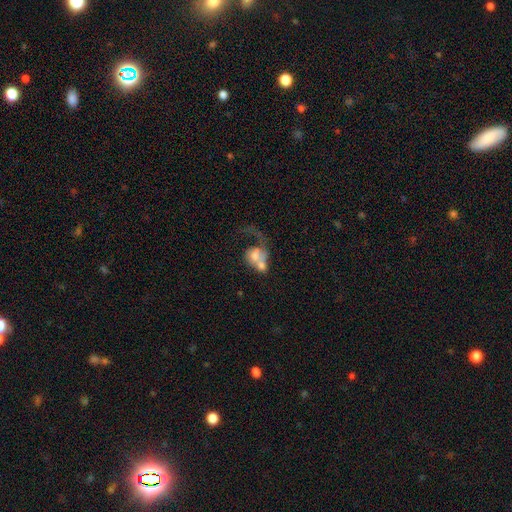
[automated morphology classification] type=smooth (48%); merging=merger (60%).